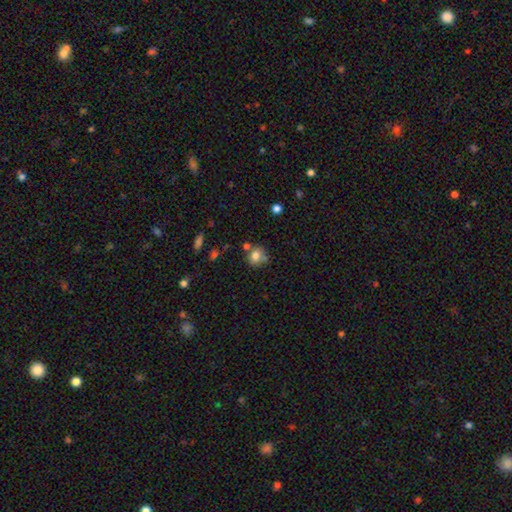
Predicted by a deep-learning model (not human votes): smooth 78%, star or artifact 11%, featured or disk 11%. Down the decision tree: how rounded — round (72%); merging — none (62%).